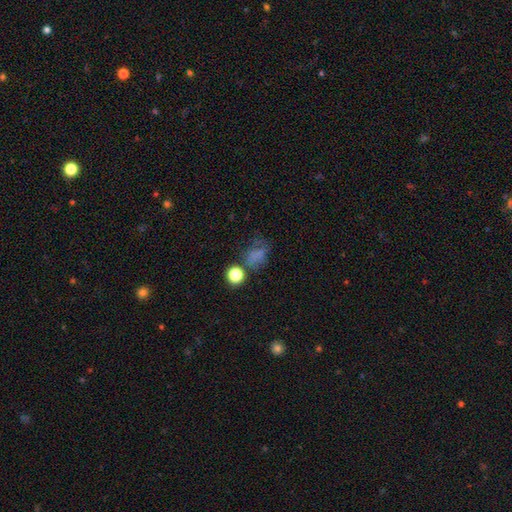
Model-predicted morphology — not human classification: A smooth galaxy with no disk features (64%) that is in between round and cigar-shaped (54%).

Vote fractions:
- Smooth or featured? smooth: 64% / star or artifact: 22% / featured or disk: 14%
- How rounded? in between: 54% / round: 44% / cigar-shaped: 2%
- Merging? none: 48% / minor disturbance: 21% / major disturbance: 20% / merger: 12%